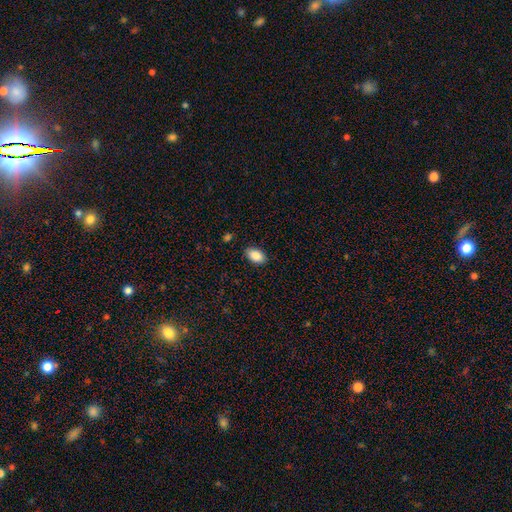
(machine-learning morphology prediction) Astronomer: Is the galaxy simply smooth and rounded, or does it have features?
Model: smooth — 87%.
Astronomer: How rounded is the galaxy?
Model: in between — 91%.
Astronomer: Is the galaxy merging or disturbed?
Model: none — 87%.